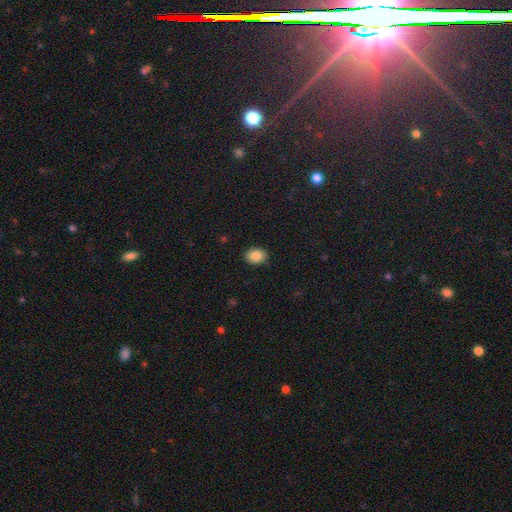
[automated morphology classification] Overall: smooth (86%). How rounded: in between (63%; round 36%). Merging: none (88%).